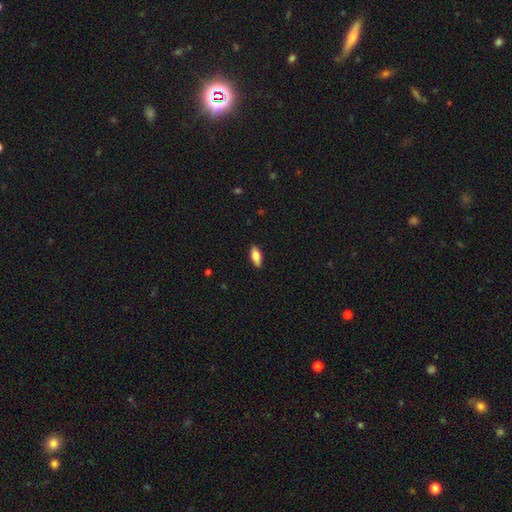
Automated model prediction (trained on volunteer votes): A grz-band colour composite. It shows a smooth galaxy with no disk features (72%) that is in between round and cigar-shaped (78%). Merging: none (88%).